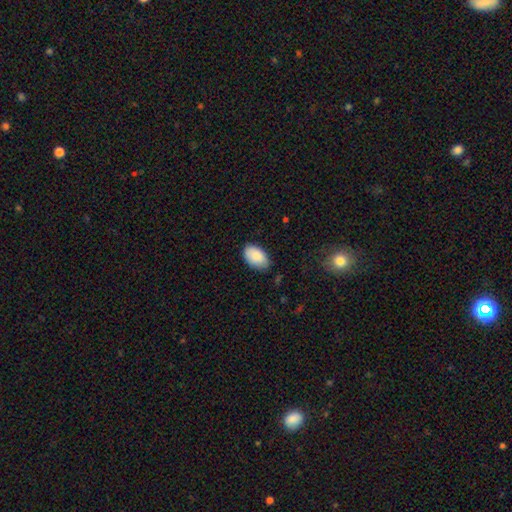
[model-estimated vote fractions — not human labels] Smooth or featured? Predicted: smooth (p=0.86). How rounded? Predicted: in between (p=0.92). Merging? Predicted: none (p=0.77).